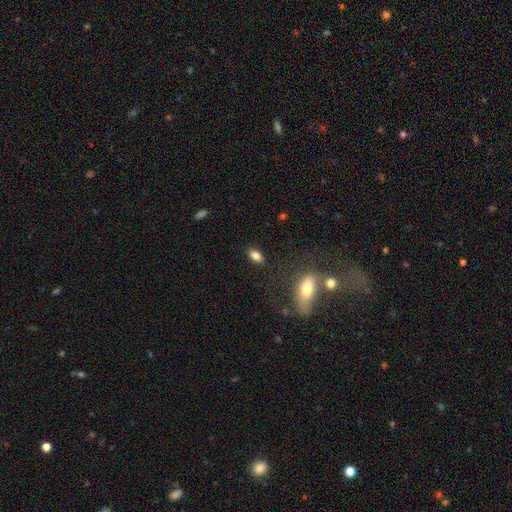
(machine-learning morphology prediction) Smooth or featured: smooth — 83% (star or artifact — 9%)
How rounded: in between — 88% (round — 7%)
Merging: none — 83% (minor disturbance — 10%)